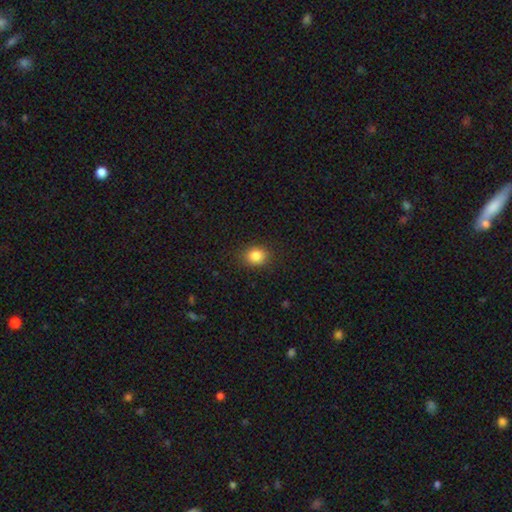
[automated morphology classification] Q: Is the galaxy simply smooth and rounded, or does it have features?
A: smooth — 85%.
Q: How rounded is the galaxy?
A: round — 65%.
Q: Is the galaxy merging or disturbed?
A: none — 88%.